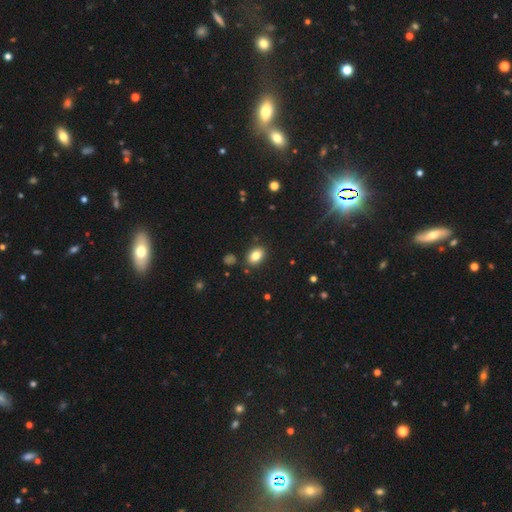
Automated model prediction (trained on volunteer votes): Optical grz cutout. It shows a smooth galaxy with no disk features (82%) that is in between round and cigar-shaped (79%). Merging: none (86%).